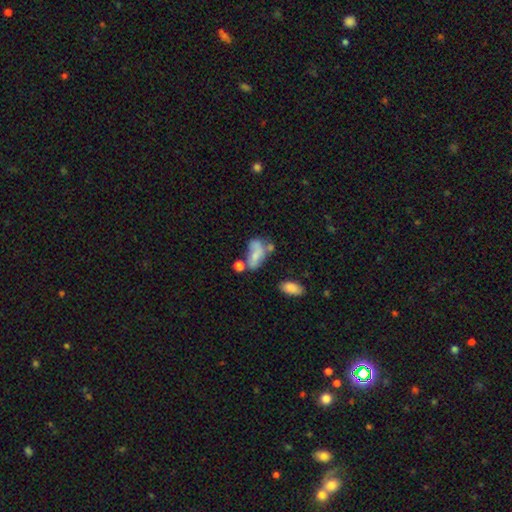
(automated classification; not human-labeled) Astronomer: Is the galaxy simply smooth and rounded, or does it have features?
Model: smooth — 61%.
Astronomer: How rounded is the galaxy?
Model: in between — 87%.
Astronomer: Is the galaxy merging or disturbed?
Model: merger — 31% (runner-up: none, 26%).